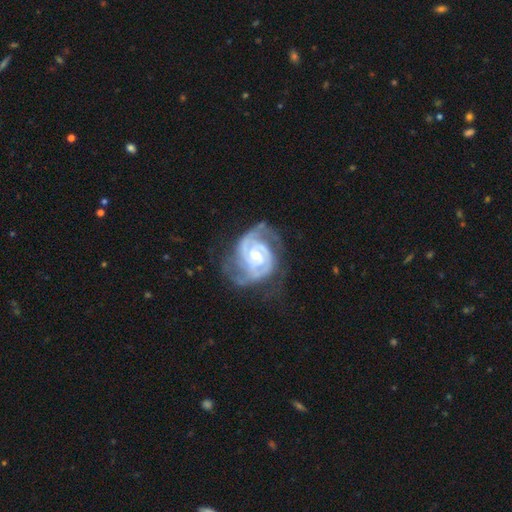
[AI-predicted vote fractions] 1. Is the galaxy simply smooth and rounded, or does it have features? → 90% featured or disk, 5% smooth, 5% star or artifact.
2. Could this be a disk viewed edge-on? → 98% no, 2% yes.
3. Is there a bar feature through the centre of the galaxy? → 56% no, 35% weak, 9% strong.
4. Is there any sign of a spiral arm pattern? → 97% yes, 3% no.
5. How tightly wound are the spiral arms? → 61% tight, 33% medium, 6% loose.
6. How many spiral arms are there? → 55% 2, 19% 3, 14% can't tell, 4% 4, 4% 1, 4% more than 4.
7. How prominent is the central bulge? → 53% small, 40% moderate, 3% large, 3% none, 1% dominant.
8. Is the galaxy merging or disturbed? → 60% none, 22% minor disturbance, 16% major disturbance, 2% merger.